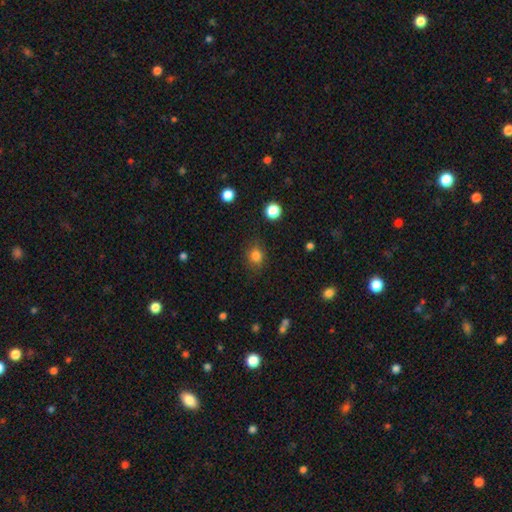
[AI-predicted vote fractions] Smooth or featured? Predicted: smooth (p=0.82). How rounded? Predicted: round (p=0.68). Merging? Predicted: none (p=0.81).